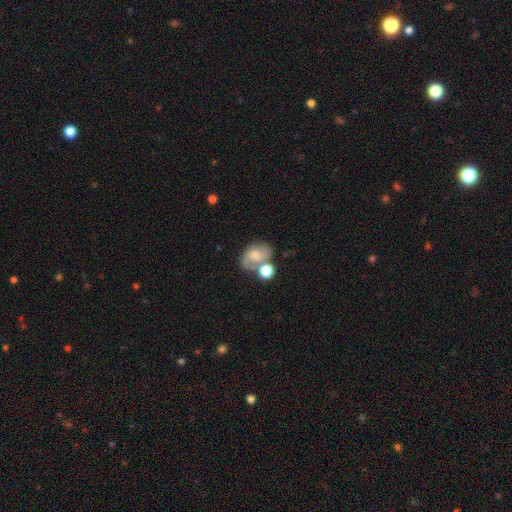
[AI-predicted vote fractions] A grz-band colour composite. It shows a featured or disk galaxy (62%) with no bar (65%), 2 (83%) medium (49%) spiral arms (86%) and a moderate central bulge (27%). Merging: none (44%).